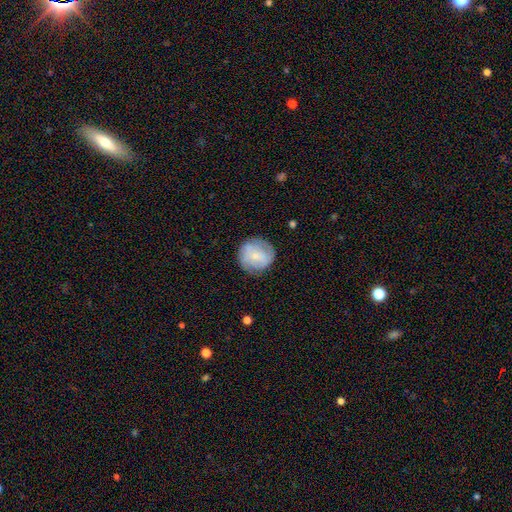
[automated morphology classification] A smooth galaxy with no disk features (58%) that is round (92%).

Vote fractions:
- Smooth or featured? smooth: 58% / featured or disk: 35% / star or artifact: 7%
- How rounded? round: 92% / in between: 7% / cigar-shaped: 1%
- Merging? none: 77% / minor disturbance: 16% / major disturbance: 5% / merger: 1%